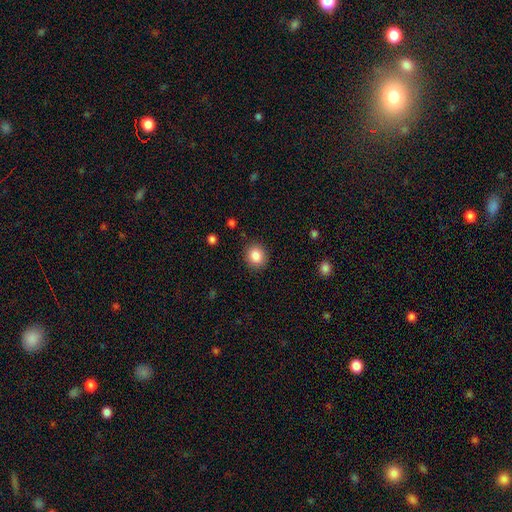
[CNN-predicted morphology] smooth 85%, star or artifact 9%, featured or disk 5%. Down the decision tree: how rounded — round (75%); merging — none (89%).